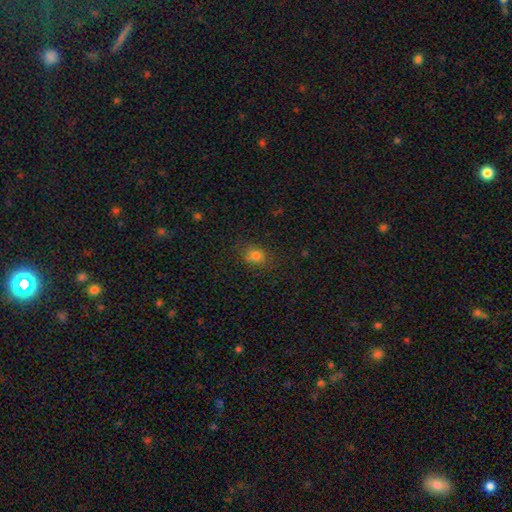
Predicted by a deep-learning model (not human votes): A smooth galaxy with no disk features (77%) that is round (55%). Merging: none (74%).